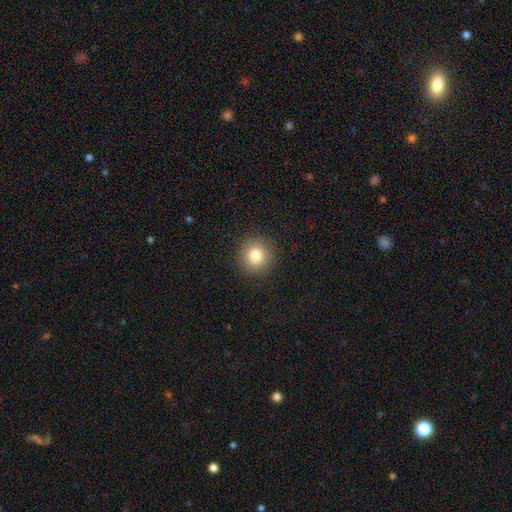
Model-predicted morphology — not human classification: smooth_or_featured: smooth (p=0.81) [alt: star or artifact p=0.11]
how_rounded: round (p=0.94) [alt: in between p=0.05]
merging: none (p=0.92) [alt: minor disturbance p=0.05]